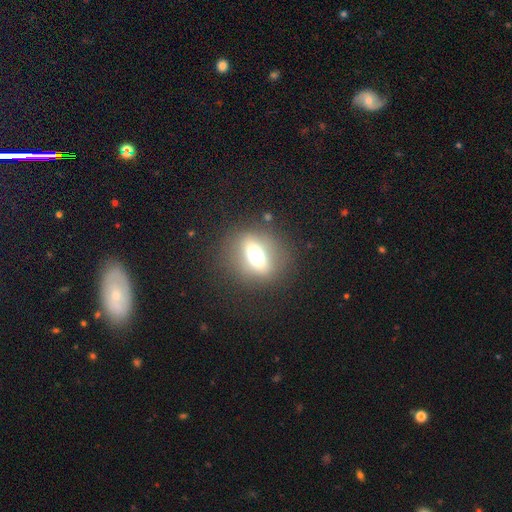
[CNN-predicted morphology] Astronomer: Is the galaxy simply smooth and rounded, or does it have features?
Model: smooth — 53% (runner-up: featured or disk, 32%).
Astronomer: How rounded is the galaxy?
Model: in between — 50% (runner-up: round, 42%).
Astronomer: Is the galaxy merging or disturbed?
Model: none — 79%.